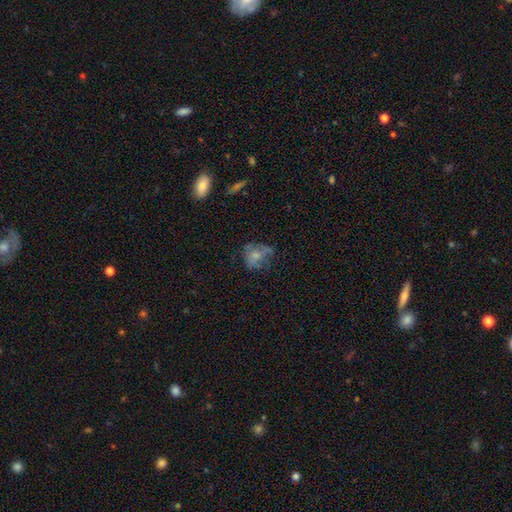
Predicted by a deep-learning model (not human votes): Morphology: type=smooth (55%); roundness=round (58%); merging=none (44%).